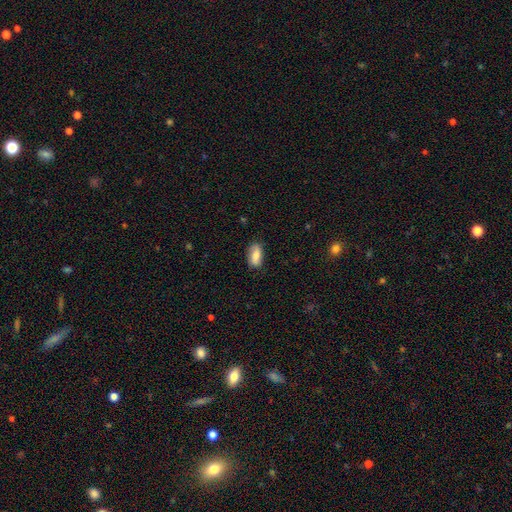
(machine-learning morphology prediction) Smooth or featured? Predicted: smooth (p=0.76). How rounded? Predicted: in between (p=0.87). Merging? Predicted: none (p=0.80).